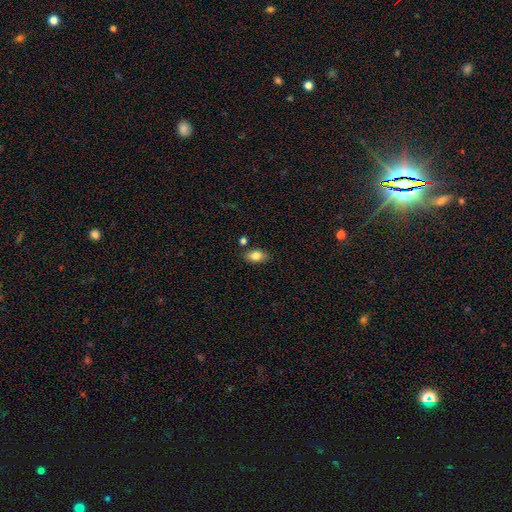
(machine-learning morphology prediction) A smooth galaxy with no disk features (82%) that is in between round and cigar-shaped (88%).

Vote fractions:
- Smooth or featured? smooth: 82% / featured or disk: 10% / star or artifact: 9%
- How rounded? in between: 88% / round: 10% / cigar-shaped: 2%
- Merging? none: 81% / minor disturbance: 11% / merger: 5% / major disturbance: 2%